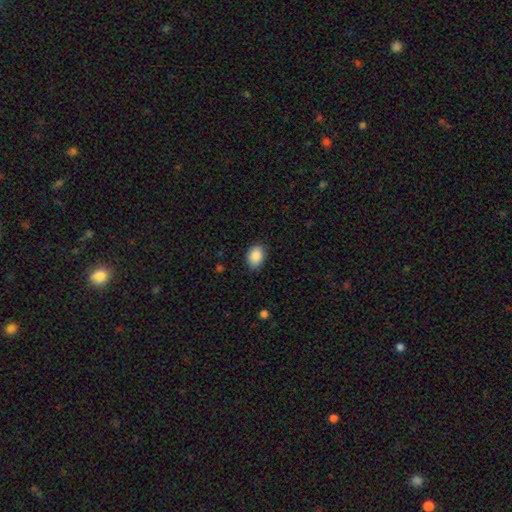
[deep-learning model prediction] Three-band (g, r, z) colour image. It shows a smooth galaxy with no disk features (88%) that is in between round and cigar-shaped (74%). Merging: none (84%).